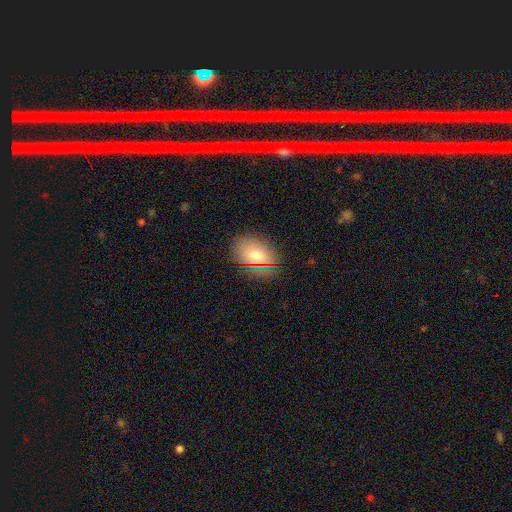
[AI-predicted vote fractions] A smooth galaxy with no disk features (74%) that is in between round and cigar-shaped (80%).

Vote fractions:
- Smooth or featured? smooth: 74% / featured or disk: 15% / star or artifact: 11%
- How rounded? in between: 80% / round: 18% / cigar-shaped: 2%
- Merging? none: 80% / minor disturbance: 15% / major disturbance: 4% / merger: 1%